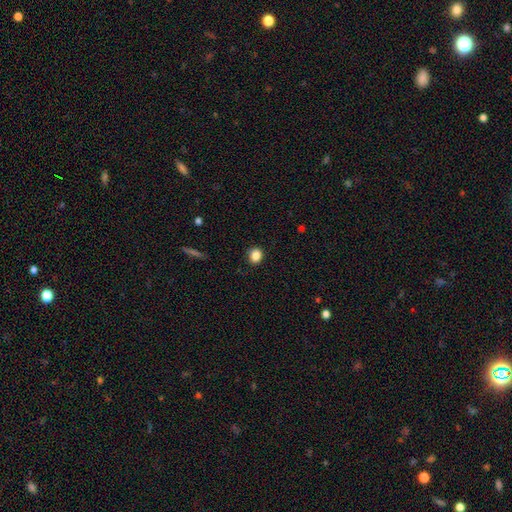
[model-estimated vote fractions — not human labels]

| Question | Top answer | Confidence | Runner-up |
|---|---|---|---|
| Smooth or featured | smooth | 85% | star or artifact (10%) |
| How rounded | round | 73% | in between (26%) |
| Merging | none | 89% | minor disturbance (8%) |